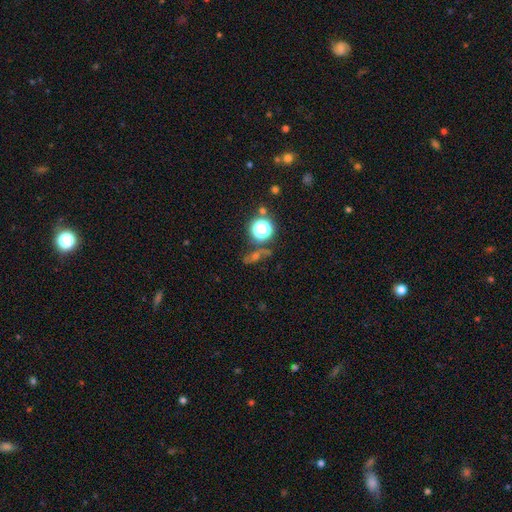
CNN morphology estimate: The model was most divided on "smooth or featured": star or artifact: 51%, smooth: 28%, featured or disk: 21%.